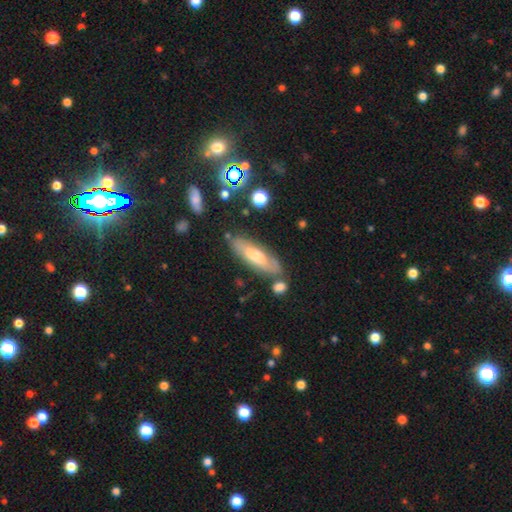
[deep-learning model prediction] A featured or disk galaxy (49%).

Vote fractions:
- Smooth or featured? featured or disk: 49% / smooth: 41% / star or artifact: 10%
- Merging? none: 74% / minor disturbance: 16% / merger: 6% / major disturbance: 4%